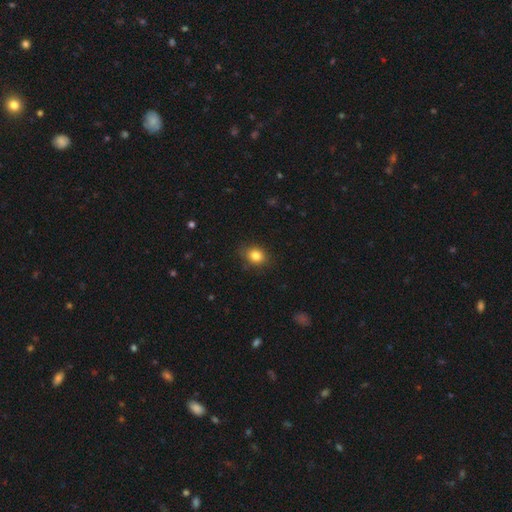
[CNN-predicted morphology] smooth-or-featured: smooth: 84% | star or artifact: 10% | featured or disk: 6%
  how-rounded: round: 50% | in between: 49% | cigar-shaped: 1%
  merging: none: 82% | minor disturbance: 14% | major disturbance: 3% | merger: 1%